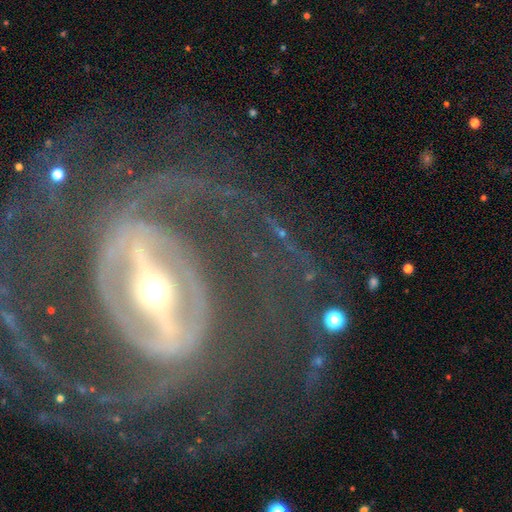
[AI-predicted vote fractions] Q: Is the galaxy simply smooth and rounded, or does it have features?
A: featured or disk — 91%.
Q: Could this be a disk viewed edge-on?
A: no — 95%.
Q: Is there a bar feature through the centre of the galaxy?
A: strong — 84%.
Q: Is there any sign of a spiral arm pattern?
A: yes — 92%.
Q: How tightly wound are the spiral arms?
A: medium — 45%.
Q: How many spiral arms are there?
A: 2 — 57%.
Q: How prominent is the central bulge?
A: moderate — 48%.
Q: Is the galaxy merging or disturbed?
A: none — 64%.